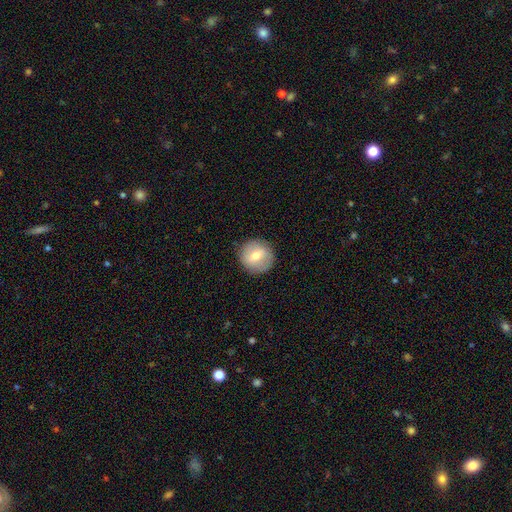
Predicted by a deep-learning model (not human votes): Smooth or featured: smooth — 64% (featured or disk — 28%)
How rounded: round — 93% (in between — 6%)
Merging: none — 89% (minor disturbance — 8%)